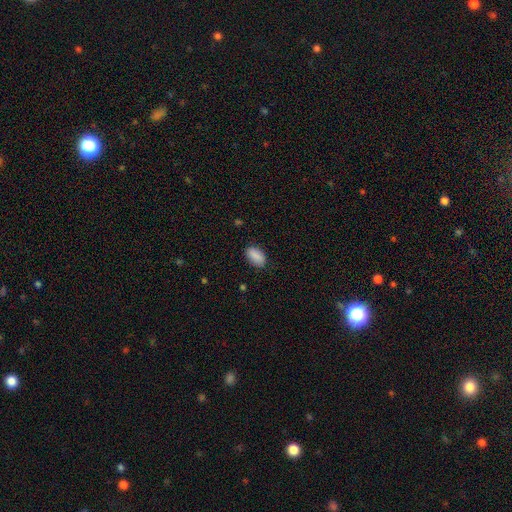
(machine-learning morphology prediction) Smooth or featured? Predicted: smooth (p=0.89). How rounded? Predicted: in between (p=0.92). Merging? Predicted: none (p=0.84).